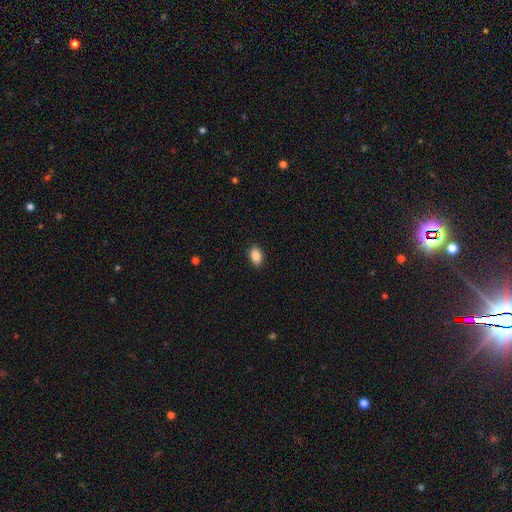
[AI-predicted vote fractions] Smooth or featured: smooth — 88% (star or artifact — 8%)
How rounded: in between — 87% (round — 12%)
Merging: none — 89% (minor disturbance — 8%)